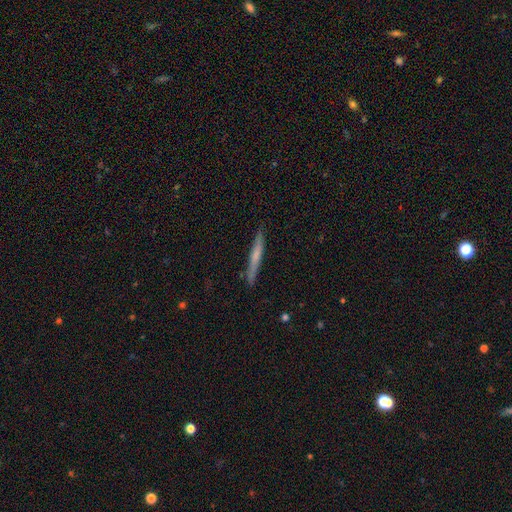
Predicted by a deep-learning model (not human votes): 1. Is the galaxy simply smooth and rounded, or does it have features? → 51% smooth, 43% featured or disk, 6% star or artifact.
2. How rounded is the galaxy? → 96% cigar-shaped, 3% in between, 1% round.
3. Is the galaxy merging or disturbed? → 88% none, 9% minor disturbance, 2% major disturbance, 1% merger.